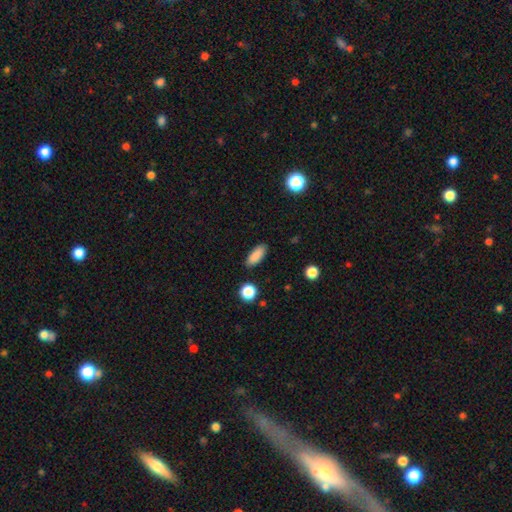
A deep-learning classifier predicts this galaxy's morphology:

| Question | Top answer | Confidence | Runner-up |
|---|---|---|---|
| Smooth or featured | smooth | 87% | star or artifact (8%) |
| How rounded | in between | 75% | cigar-shaped (21%) |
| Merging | none | 87% | minor disturbance (9%) |